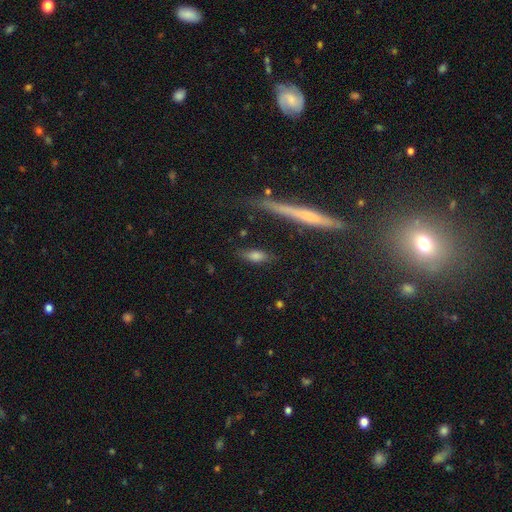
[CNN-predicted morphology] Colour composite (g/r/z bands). It shows a smooth galaxy with no disk features (70%) that is in between round and cigar-shaped (56%). Merging: none (76%).